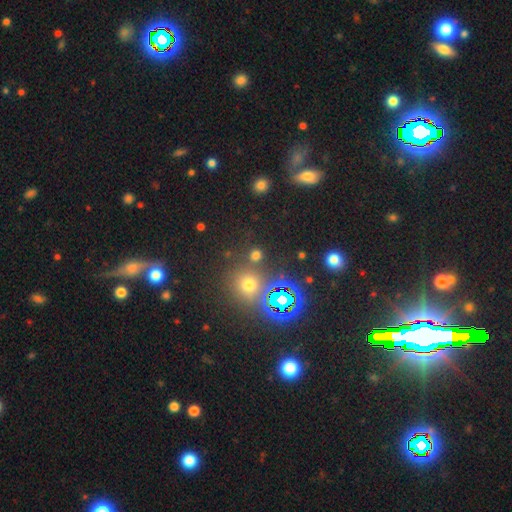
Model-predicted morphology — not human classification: A smooth galaxy with no disk features (57%) that is round (86%).

Vote fractions:
- Smooth or featured? smooth: 57% / star or artifact: 36% / featured or disk: 6%
- How rounded? round: 86% / in between: 12% / cigar-shaped: 2%
- Merging? none: 79% / merger: 10% / minor disturbance: 8% / major disturbance: 4%